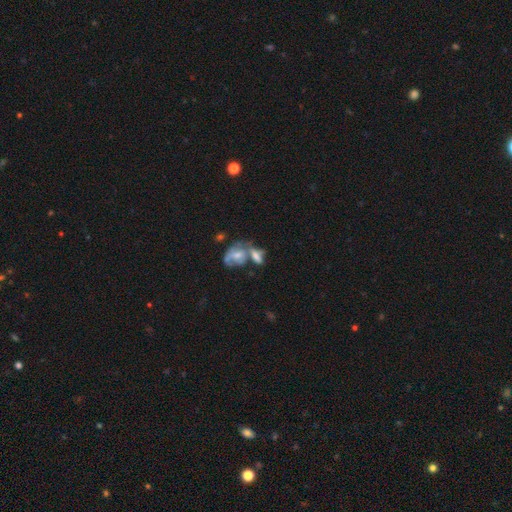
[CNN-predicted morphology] smooth_or_featured: smooth (p=0.48) [alt: featured or disk p=0.40]
merging: merger (p=0.54) [alt: none p=0.24]